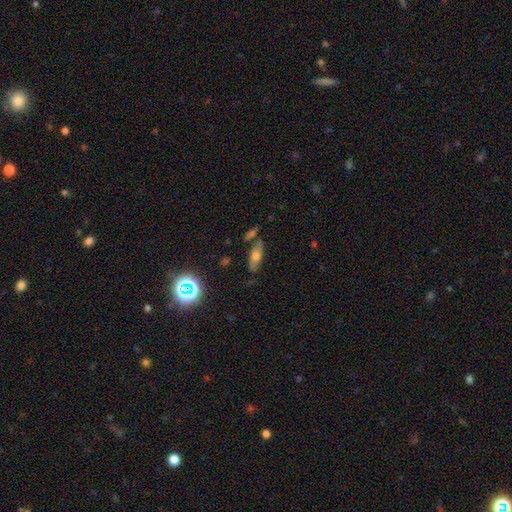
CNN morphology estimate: This is possibly a smooth galaxy (57%). How rounded: likely in between (71%). Merging: likely none (67%).